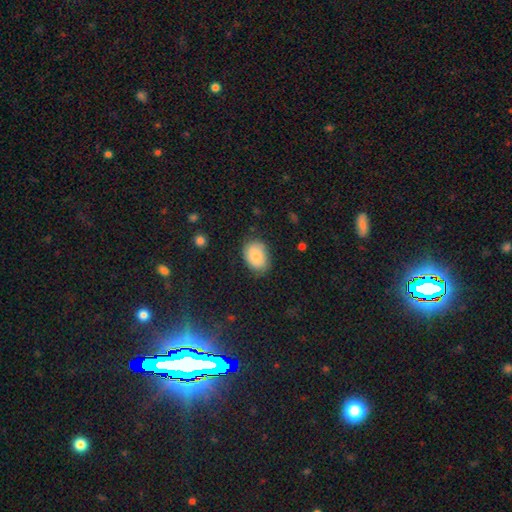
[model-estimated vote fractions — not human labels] Smooth or featured? smooth (82%)
How rounded? in between (76%)
Merging? none (74%)